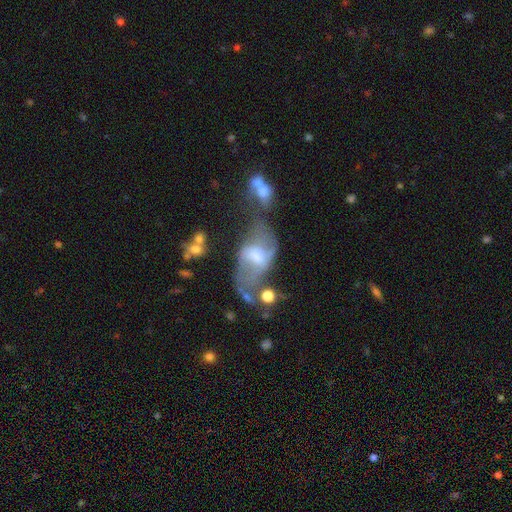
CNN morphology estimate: featured or disk 66%, smooth 24%, star or artifact 10%. Down the decision tree: edge-on disk — no (94%); bar — weak (45%); spiral arms — yes (67%); bulge size — moderate (36%, tied with small); merging — merger (32%).